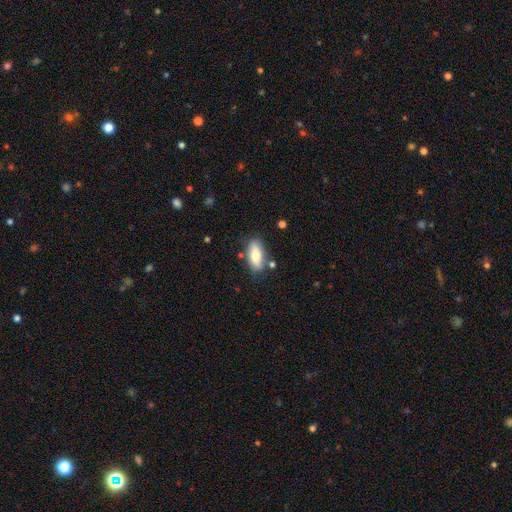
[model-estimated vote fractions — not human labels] A smooth galaxy with no disk features (67%) that is in between round and cigar-shaped (83%).

Vote fractions:
- Smooth or featured? smooth: 67% / featured or disk: 26% / star or artifact: 7%
- How rounded? in between: 83% / cigar-shaped: 14% / round: 3%
- Merging? none: 76% / minor disturbance: 15% / merger: 5% / major disturbance: 3%